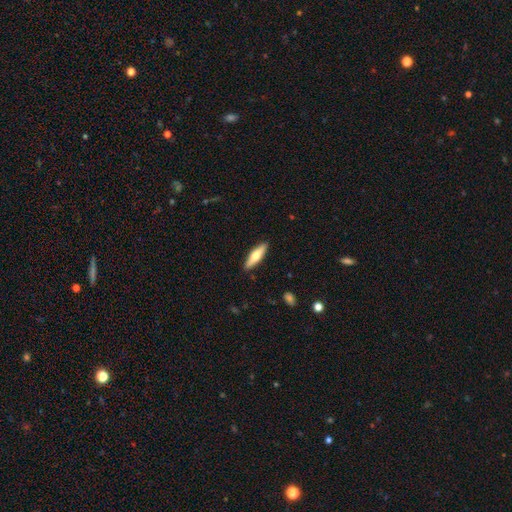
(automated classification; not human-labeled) Smooth or featured?
  - smooth: 54% *
  - featured or disk: 41%
  - star or artifact: 5%
How rounded?
  - cigar-shaped: 67% *
  - in between: 31%
  - round: 2%
Merging?
  - none: 90% *
  - minor disturbance: 7%
  - major disturbance: 2%
  - merger: 1%